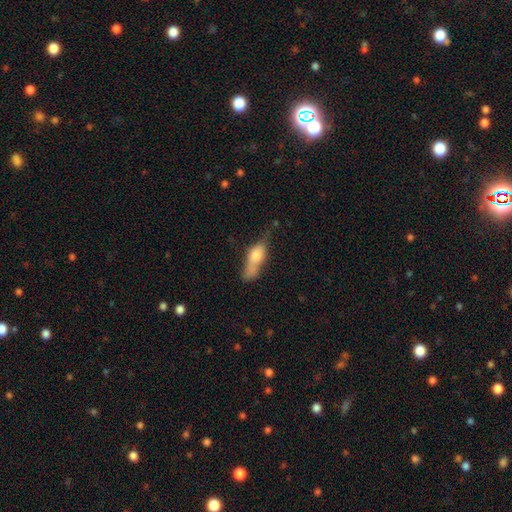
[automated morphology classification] Q: Smooth or featured?
A: smooth (64%); runner-up: featured or disk (28%)
Q: How rounded?
A: in between (57%); runner-up: cigar-shaped (37%)
Q: Merging?
A: none (34%); runner-up: minor disturbance (29%)